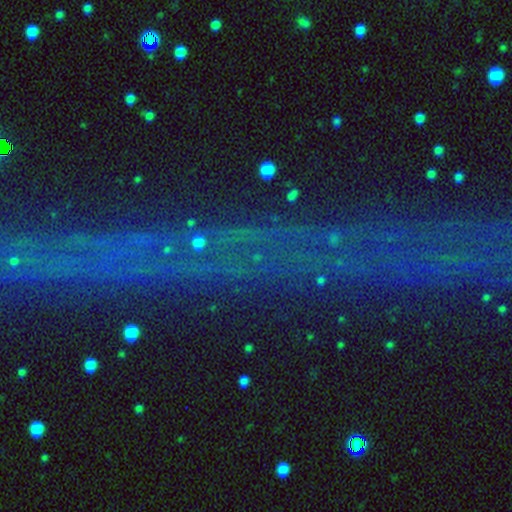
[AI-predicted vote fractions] Smooth or featured: star or artifact — 70% (featured or disk — 17%)